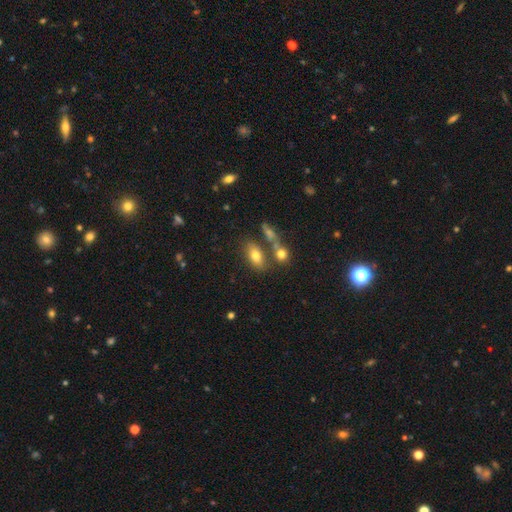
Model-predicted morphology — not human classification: This appears to be a smooth galaxy with no disk features (75%) that is in between round and cigar-shaped (85%). Merging: none (59%).